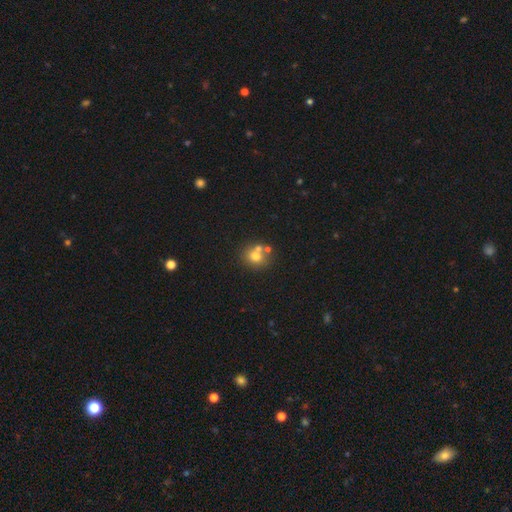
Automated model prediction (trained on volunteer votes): smooth 69%, featured or disk 17%, star or artifact 14%. Down the decision tree: how rounded — round (79%); merging — none (54%).